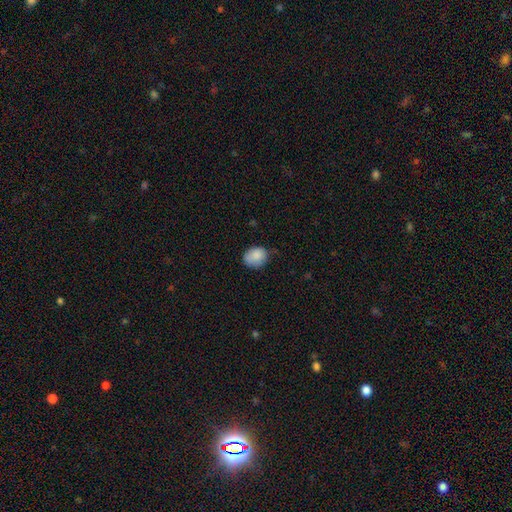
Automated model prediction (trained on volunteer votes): smooth_or_featured: smooth (p=0.85) [alt: star or artifact p=0.08]
how_rounded: round (p=0.54) [alt: in between p=0.46]
merging: none (p=0.62) [alt: minor disturbance p=0.30]